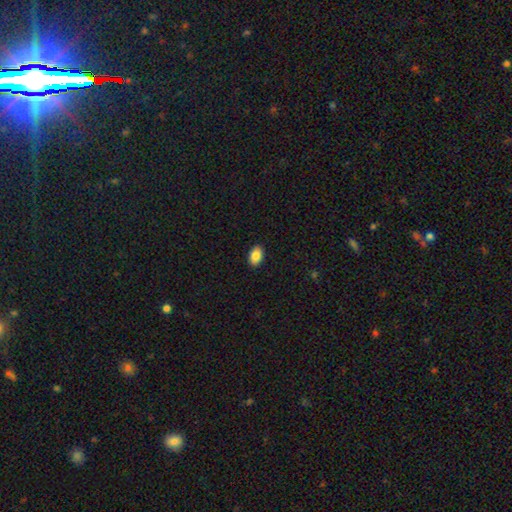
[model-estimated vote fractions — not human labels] The model was most divided on "smooth or featured": smooth: 86%, star or artifact: 8%, featured or disk: 6%. More confident: how rounded — in between (90%); merging — none (90%).